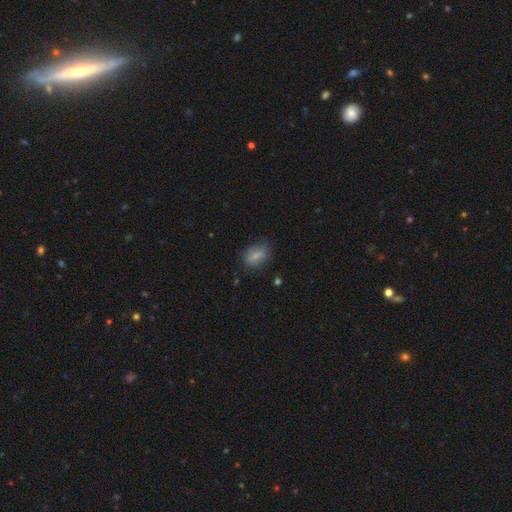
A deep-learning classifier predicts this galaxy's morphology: type=smooth (77%); roundness=in between (82%); merging=none (68%).